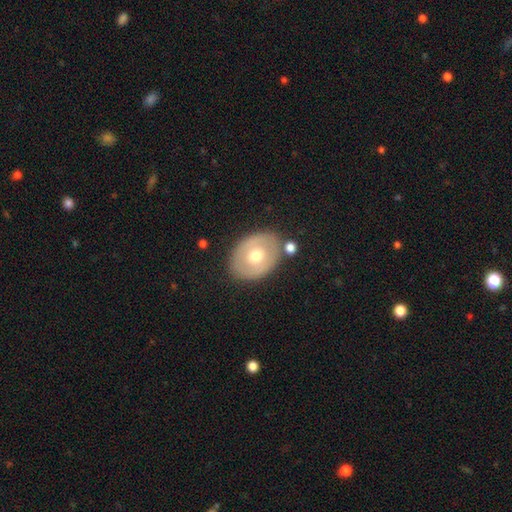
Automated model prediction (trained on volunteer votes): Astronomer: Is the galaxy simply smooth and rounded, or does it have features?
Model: smooth — 51% (runner-up: featured or disk, 43%).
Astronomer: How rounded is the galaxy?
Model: in between — 71%.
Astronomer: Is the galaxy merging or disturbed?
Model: none — 79%.